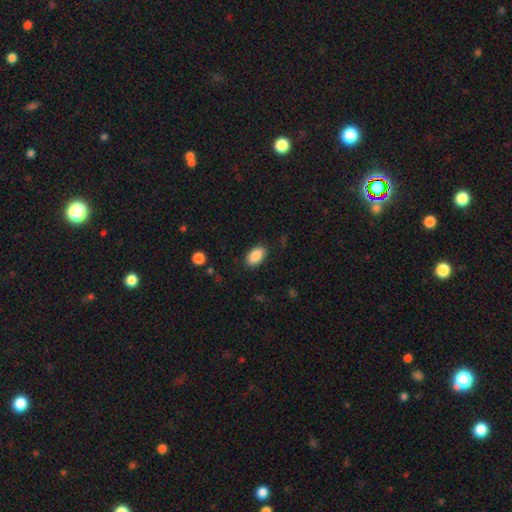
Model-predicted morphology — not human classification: This appears to be a smooth galaxy with no disk features (88%) that is in between round and cigar-shaped (93%). Merging: none (87%).